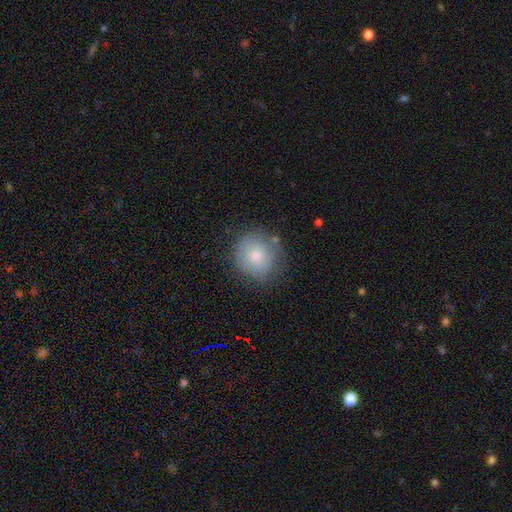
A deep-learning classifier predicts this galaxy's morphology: This appears to be a smooth galaxy with no disk features (71%) that is round (88%). Merging: none (77%).